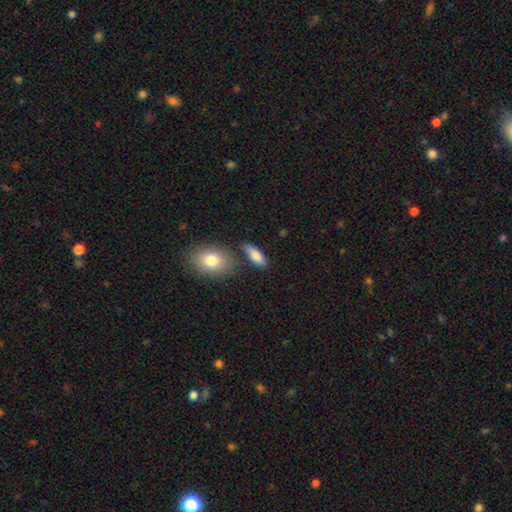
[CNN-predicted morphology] type=smooth (84%); roundness=in between (82%); merging=none (62%).